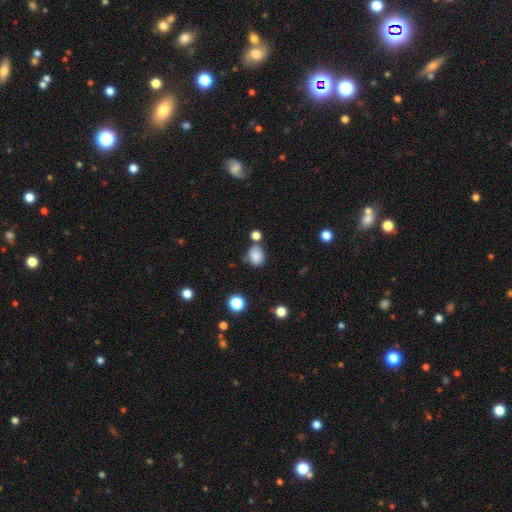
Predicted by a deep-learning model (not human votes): smooth 82%, star or artifact 11%, featured or disk 7%. Down the decision tree: how rounded — round (59%); merging — none (61%).